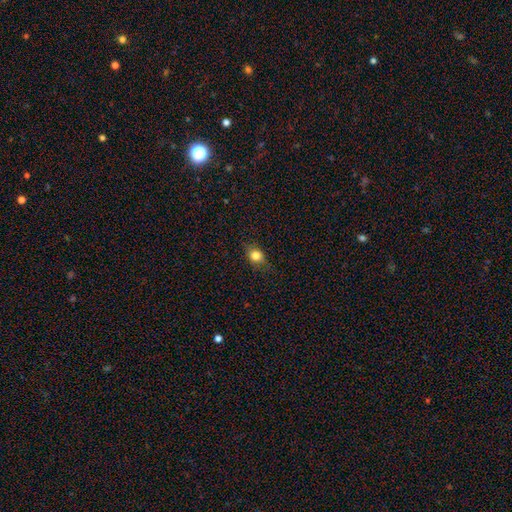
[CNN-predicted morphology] Q: Smooth or featured?
A: smooth (78%); runner-up: star or artifact (12%)
Q: How rounded?
A: round (49%); runner-up: in between (48%)
Q: Merging?
A: none (80%); runner-up: minor disturbance (16%)